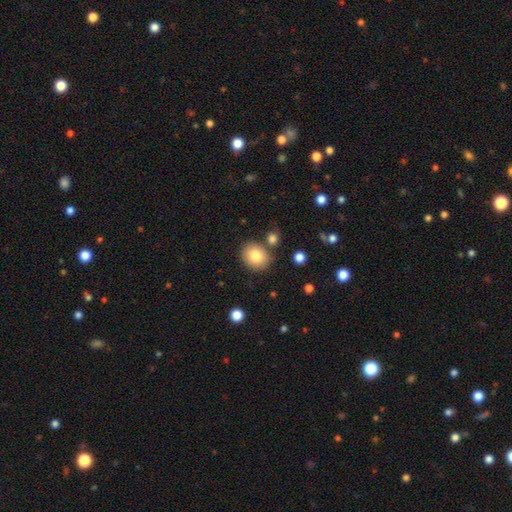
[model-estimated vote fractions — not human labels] Smooth or featured? Predicted: smooth (p=0.82). How rounded? Predicted: round (p=0.61). Merging? Predicted: none (p=0.77).